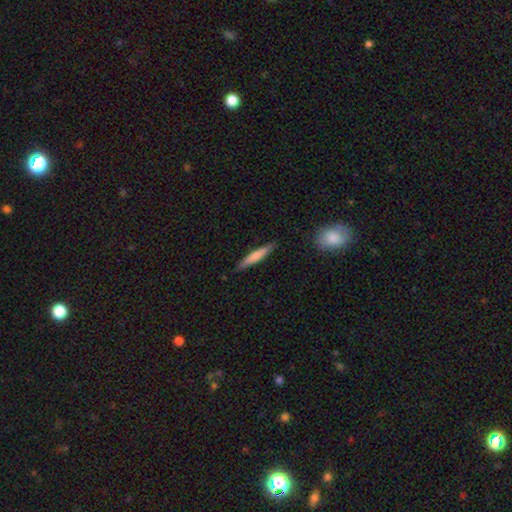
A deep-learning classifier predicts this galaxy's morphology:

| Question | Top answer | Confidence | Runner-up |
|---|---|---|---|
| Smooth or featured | smooth | 68% | featured or disk (27%) |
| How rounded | cigar-shaped | 93% | in between (6%) |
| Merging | none | 87% | minor disturbance (10%) |